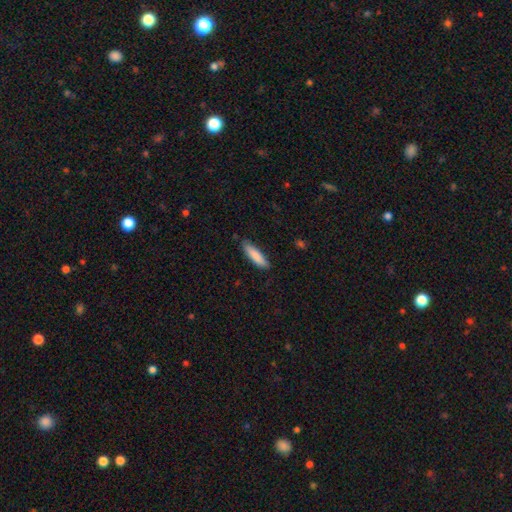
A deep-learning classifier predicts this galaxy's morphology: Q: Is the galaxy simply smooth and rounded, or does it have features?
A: smooth — 86%.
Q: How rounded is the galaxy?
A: cigar-shaped — 70%.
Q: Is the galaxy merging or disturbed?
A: none — 85%.